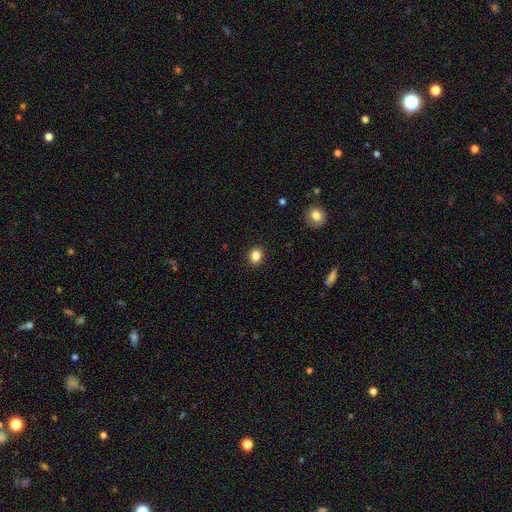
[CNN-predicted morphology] Smooth or featured: smooth — 84% (star or artifact — 11%)
How rounded: round — 51% (in between — 48%)
Merging: none — 89% (minor disturbance — 7%)